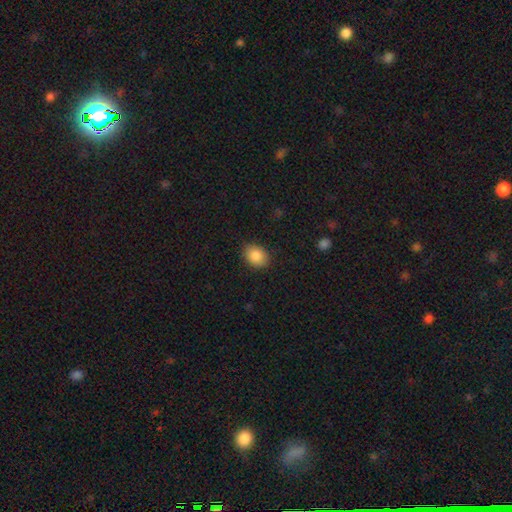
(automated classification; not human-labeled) Smooth or featured?
  - smooth: 87% *
  - star or artifact: 8%
  - featured or disk: 5%
How rounded?
  - in between: 62% *
  - round: 37%
  - cigar-shaped: 1%
Merging?
  - none: 86% *
  - minor disturbance: 10%
  - major disturbance: 3%
  - merger: 1%